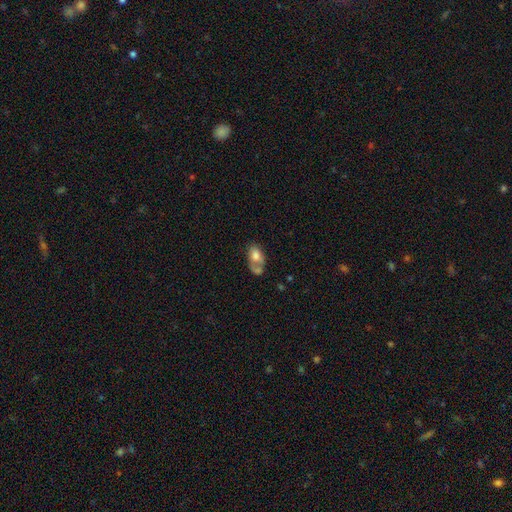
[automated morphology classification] smooth_or_featured: smooth (p=0.70) [alt: featured or disk p=0.22]
how_rounded: in between (p=0.84) [alt: round p=0.14]
merging: merger (p=0.50) [alt: none p=0.23]